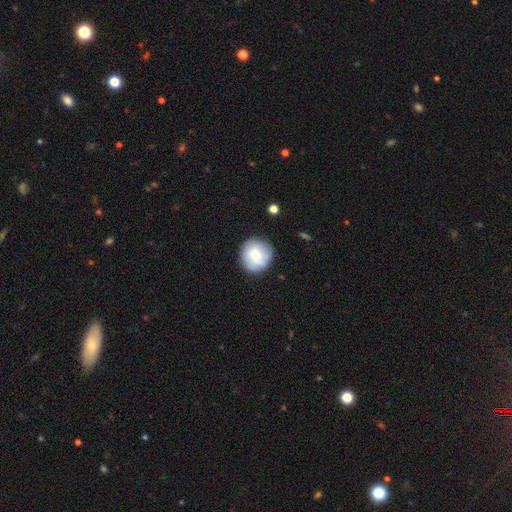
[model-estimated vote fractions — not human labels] Smooth or featured?
  - smooth: 68% *
  - featured or disk: 24%
  - star or artifact: 7%
How rounded?
  - round: 91% *
  - in between: 8%
  - cigar-shaped: 1%
Merging?
  - none: 84% *
  - minor disturbance: 12%
  - major disturbance: 3%
  - merger: 1%